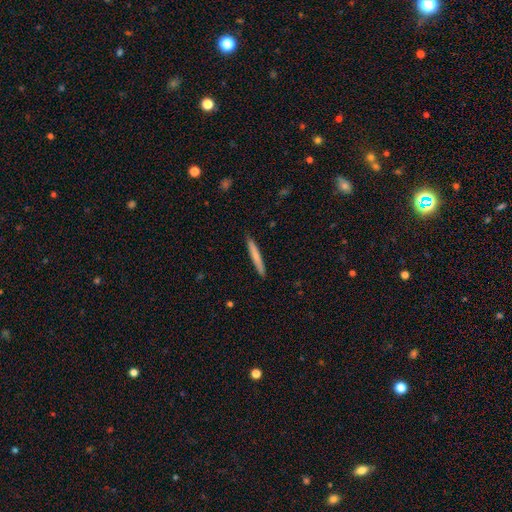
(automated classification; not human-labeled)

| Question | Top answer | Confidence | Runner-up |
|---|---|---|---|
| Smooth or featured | smooth | 72% | featured or disk (23%) |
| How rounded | cigar-shaped | 96% | in between (2%) |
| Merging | none | 91% | minor disturbance (7%) |